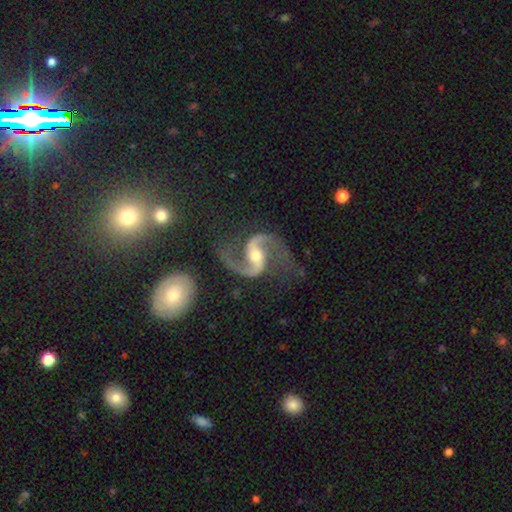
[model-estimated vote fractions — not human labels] smooth-or-featured: featured or disk: 94% | star or artifact: 4% | smooth: 3%
  disk-edge-on: no: 98% | yes: 2%
    bar: weak: 42% | strong: 30% | no: 28%
    has-spiral-arms: yes: 98% | no: 2%
      spiral-winding: loose: 49% | medium: 44% | tight: 7%
      spiral-arm-count: 2: 95% | 1: 1% | can't tell: 1% | 3: 1% | 4: 1% | more than 4: 1%
    bulge-size: moderate: 64% | small: 27% | large: 7% | none: 2% | dominant: 1%
  merging: none: 73% | minor disturbance: 15% | major disturbance: 10% | merger: 3%